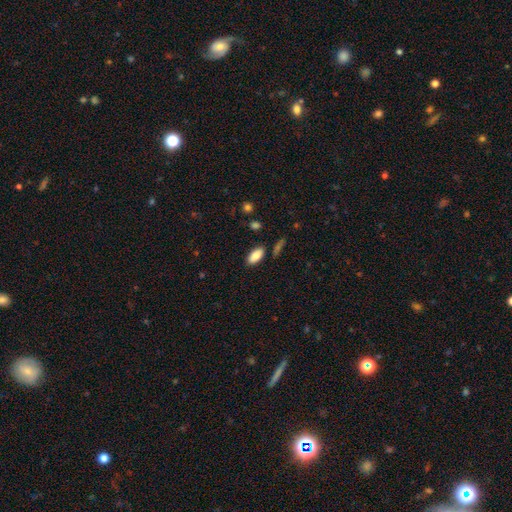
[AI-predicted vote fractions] smooth-or-featured: smooth: 84% | featured or disk: 9% | star or artifact: 7%
  how-rounded: in between: 92% | cigar-shaped: 6% | round: 3%
  merging: none: 82% | minor disturbance: 12% | merger: 3% | major disturbance: 3%